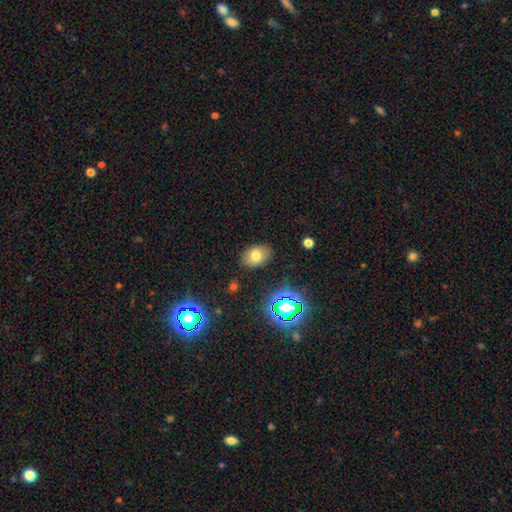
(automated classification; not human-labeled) smooth 73%, star or artifact 14%, featured or disk 13%. Down the decision tree: how rounded — in between (82%); merging — none (83%).